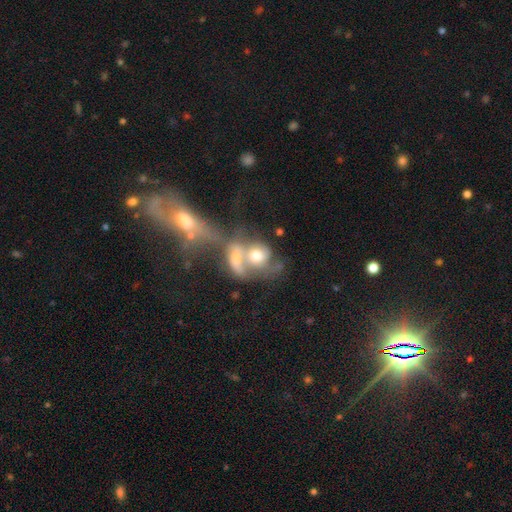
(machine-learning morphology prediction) smooth_or_featured: featured or disk (p=0.45) [alt: smooth p=0.43]
merging: merger (p=0.68) [alt: major disturbance p=0.13]